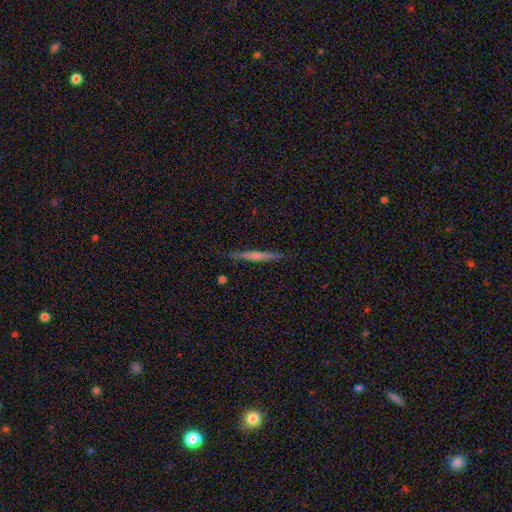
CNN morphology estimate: featured or disk 51%, smooth 43%, star or artifact 6%. Down the decision tree: edge-on disk — yes (97%); merging — none (88%).